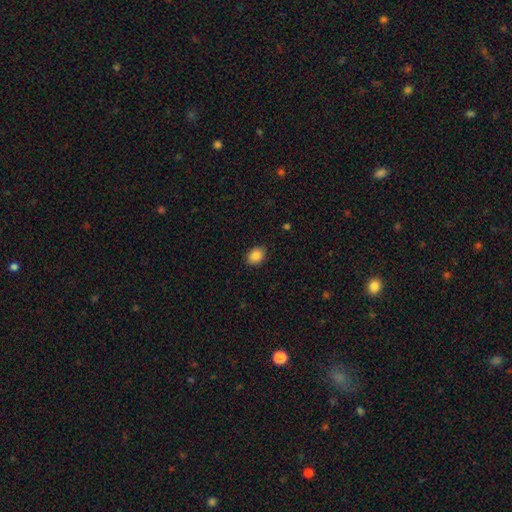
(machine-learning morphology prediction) Smooth or featured?
  - smooth: 87% *
  - star or artifact: 8%
  - featured or disk: 4%
How rounded?
  - in between: 70% *
  - round: 30%
  - cigar-shaped: 1%
Merging?
  - none: 87% *
  - minor disturbance: 9%
  - major disturbance: 2%
  - merger: 1%